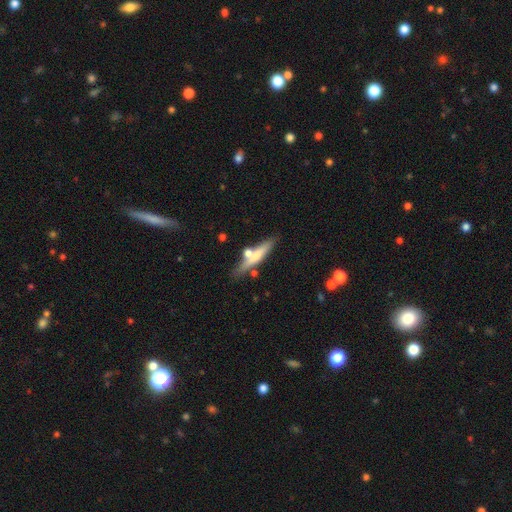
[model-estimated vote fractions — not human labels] smooth 54%, featured or disk 39%, star or artifact 7%. Down the decision tree: how rounded — cigar-shaped (86%); merging — none (67%).